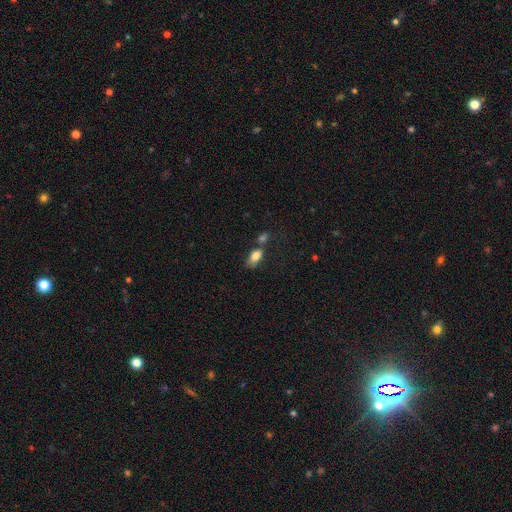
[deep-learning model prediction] The model was most divided on "merging": none: 43%, merger: 28%, minor disturbance: 20%, major disturbance: 9%. More confident: how rounded — in between (88%); smooth or featured — smooth (82%).